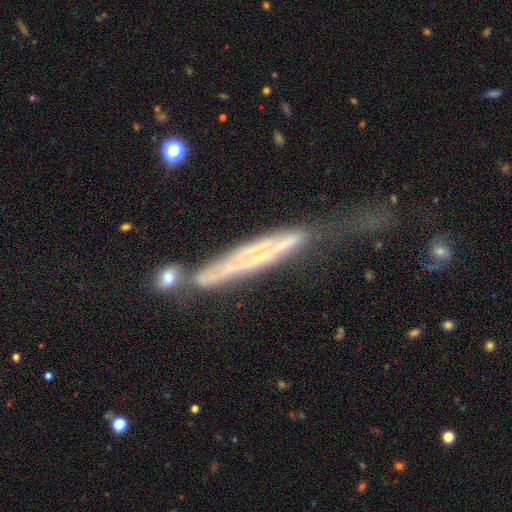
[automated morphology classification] A featured or disk galaxy (64%) viewed edge-on (78%) with no central bulge (72%).

Vote fractions:
- Smooth or featured? featured or disk: 64% / smooth: 27% / star or artifact: 9%
- Edge-on disk? yes: 78% / no: 22%
- Edge-on bulge? none: 72% / rounded: 17% / boxy: 11%
- Merging? none: 35% / minor disturbance: 29% / major disturbance: 20% / merger: 17%